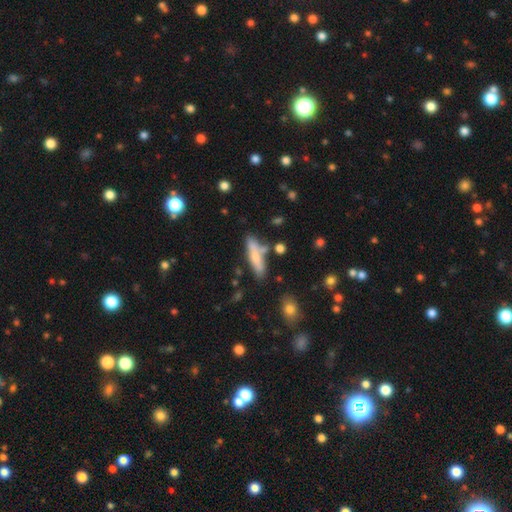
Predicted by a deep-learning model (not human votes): This is likely a smooth galaxy (69%). How rounded: likely cigar-shaped (73%). Merging: likely none (64%).